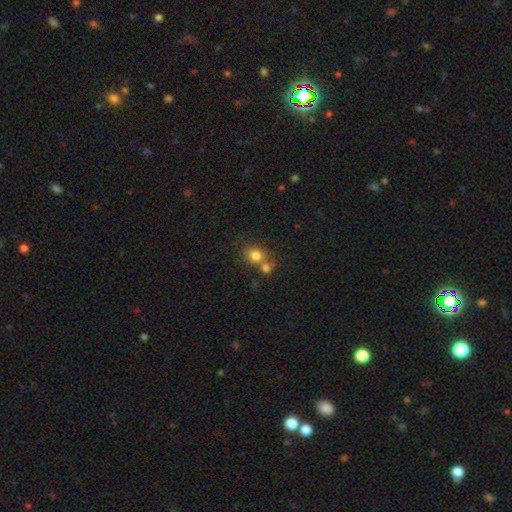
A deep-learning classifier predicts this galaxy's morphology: The model was most divided on "merging": none: 46%, merger: 40%, minor disturbance: 10%, major disturbance: 4%. More confident: smooth or featured — smooth (79%); how rounded — round (67%).